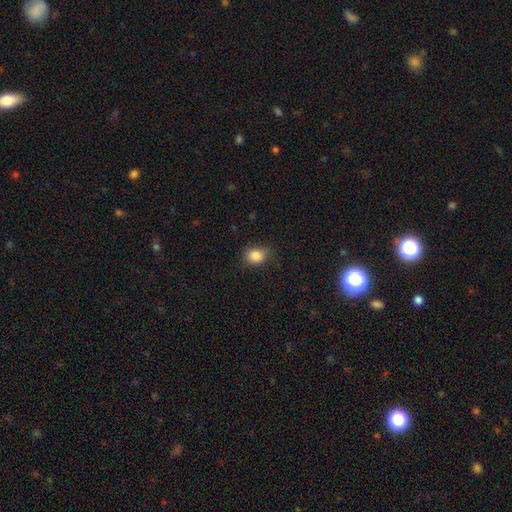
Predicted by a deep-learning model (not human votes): A smooth galaxy with no disk features (86%) that is round (52%). Merging: none (80%).